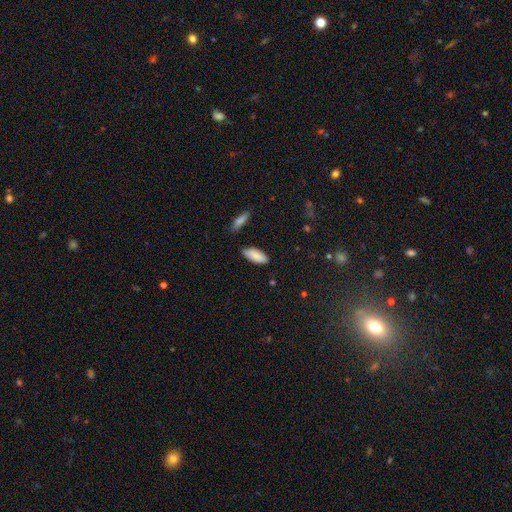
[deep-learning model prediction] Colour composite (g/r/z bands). It shows a smooth galaxy with no disk features (87%) that is in between round and cigar-shaped (80%). Merging: none (81%).